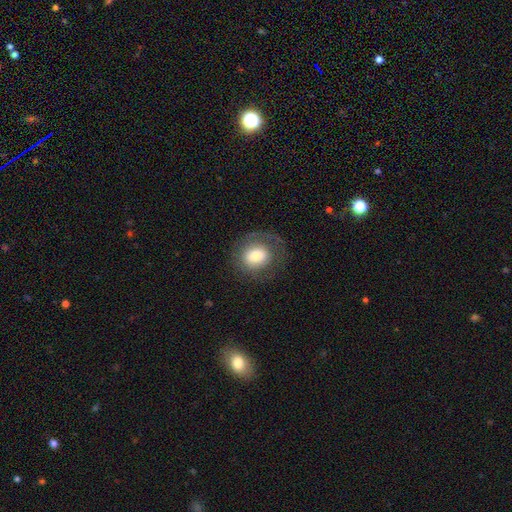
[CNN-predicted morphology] smooth_or_featured: smooth (p=0.63) [alt: featured or disk p=0.29]
how_rounded: round (p=0.66) [alt: in between p=0.33]
merging: none (p=0.71) [alt: minor disturbance p=0.16]